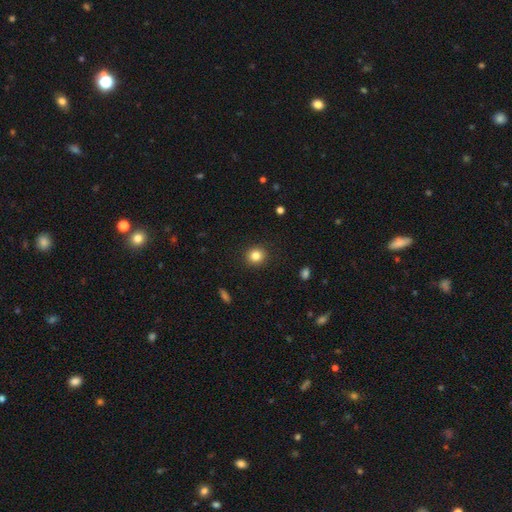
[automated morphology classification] Overall: smooth (83%). How rounded: round (87%). Merging: none (91%).